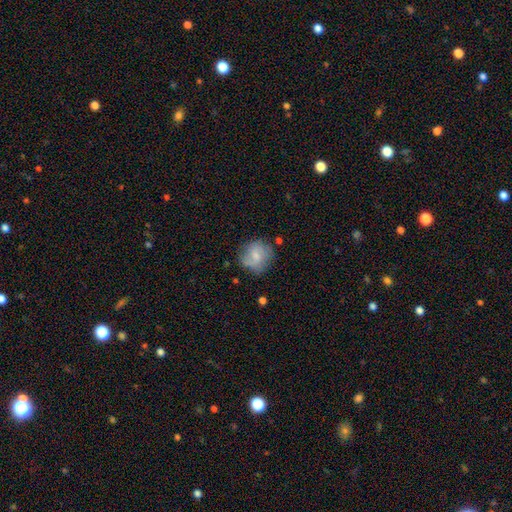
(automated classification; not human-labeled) Smooth or featured? Predicted: smooth (p=0.64). How rounded? Predicted: round (p=0.82). Merging? Predicted: none (p=0.65).